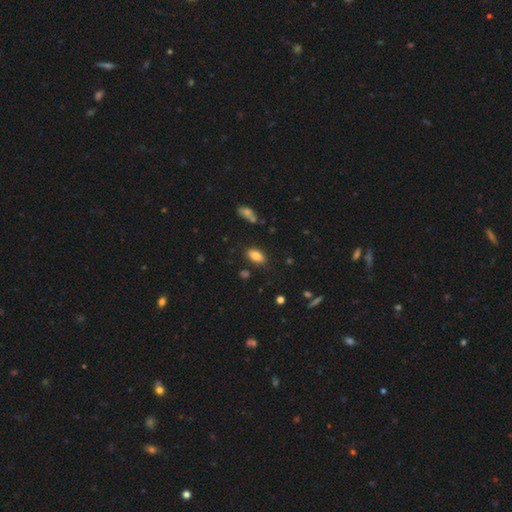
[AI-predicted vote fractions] A smooth galaxy with no disk features (84%) that is in between round and cigar-shaped (91%).

Vote fractions:
- Smooth or featured? smooth: 84% / star or artifact: 9% / featured or disk: 7%
- How rounded? in between: 91% / cigar-shaped: 5% / round: 5%
- Merging? none: 83% / minor disturbance: 12% / major disturbance: 3% / merger: 3%